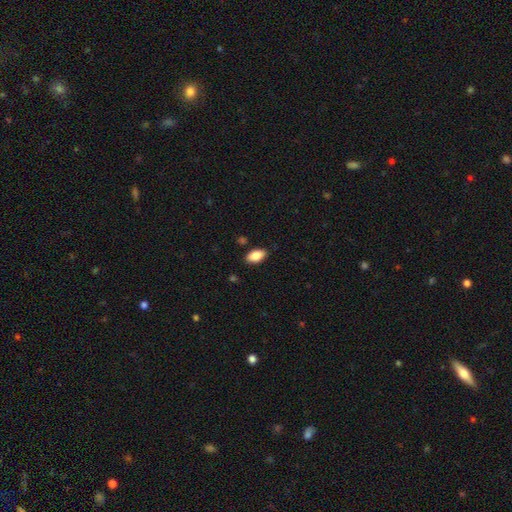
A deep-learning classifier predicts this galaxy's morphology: This appears to be a smooth galaxy with no disk features (86%) that is in between round and cigar-shaped (93%). Merging: none (86%).